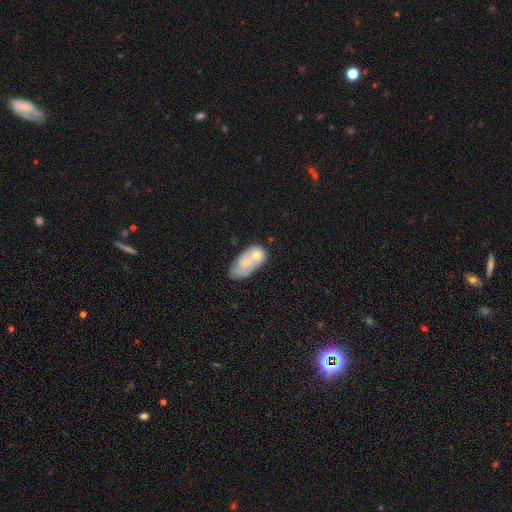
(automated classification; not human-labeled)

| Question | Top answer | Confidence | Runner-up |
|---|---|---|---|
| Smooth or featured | smooth | 55% | featured or disk (38%) |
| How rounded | in between | 87% | round (9%) |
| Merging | merger | 44% | none (24%) |